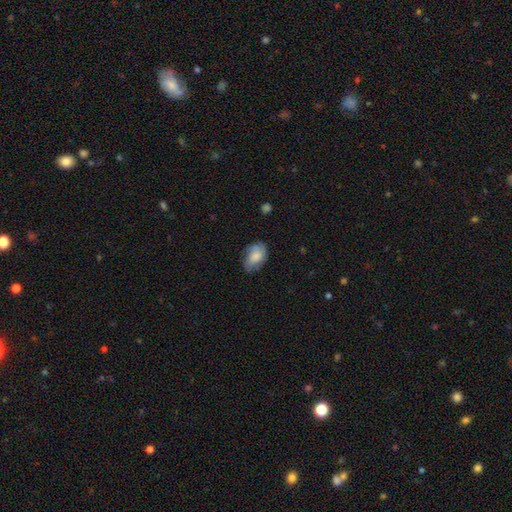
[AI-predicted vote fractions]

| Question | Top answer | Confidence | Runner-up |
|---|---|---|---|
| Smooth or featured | smooth | 70% | featured or disk (23%) |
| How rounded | in between | 83% | round (15%) |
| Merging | none | 63% | minor disturbance (27%) |